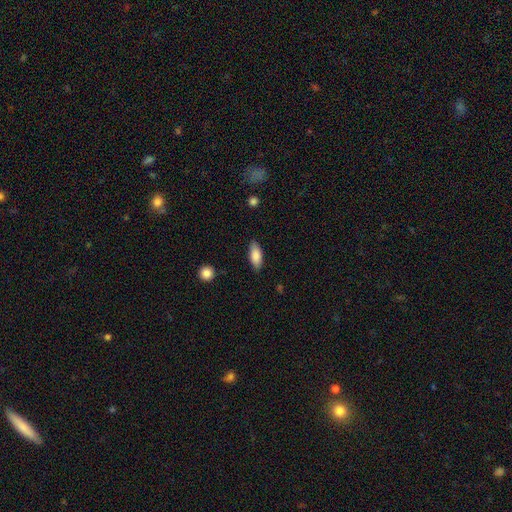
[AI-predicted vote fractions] Overall: smooth (85%). How rounded: in between (81%). Merging: none (86%).